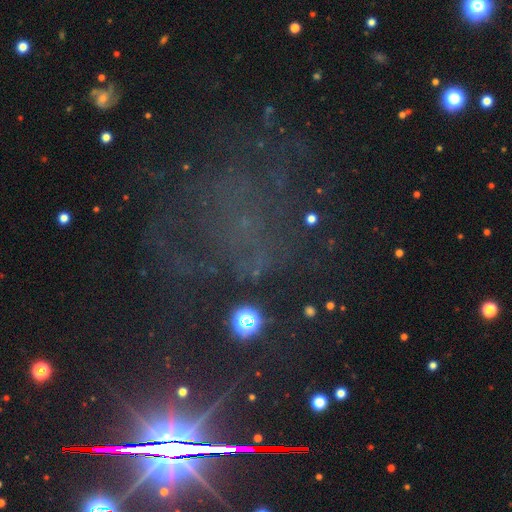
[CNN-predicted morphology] Smooth or featured?
  - star or artifact: 60% *
  - featured or disk: 23%
  - smooth: 16%